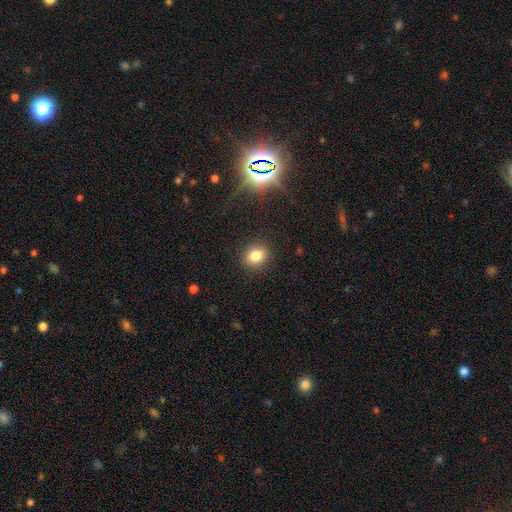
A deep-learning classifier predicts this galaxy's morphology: Smooth or featured? Predicted: smooth (p=0.81). How rounded? Predicted: round (p=0.65). Merging? Predicted: none (p=0.89).